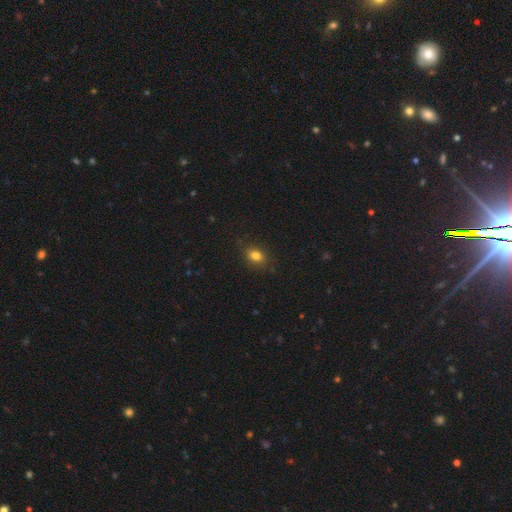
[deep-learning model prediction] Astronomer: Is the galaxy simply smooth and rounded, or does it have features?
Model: smooth — 80%.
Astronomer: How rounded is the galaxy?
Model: in between — 52% (runner-up: round, 47%).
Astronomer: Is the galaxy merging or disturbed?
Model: none — 83%.